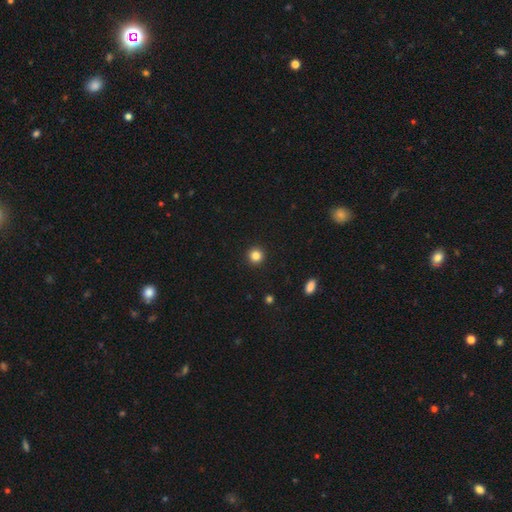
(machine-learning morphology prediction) Q: Smooth or featured?
A: smooth (84%); runner-up: star or artifact (12%)
Q: How rounded?
A: round (95%); runner-up: in between (4%)
Q: Merging?
A: none (93%); runner-up: minor disturbance (4%)